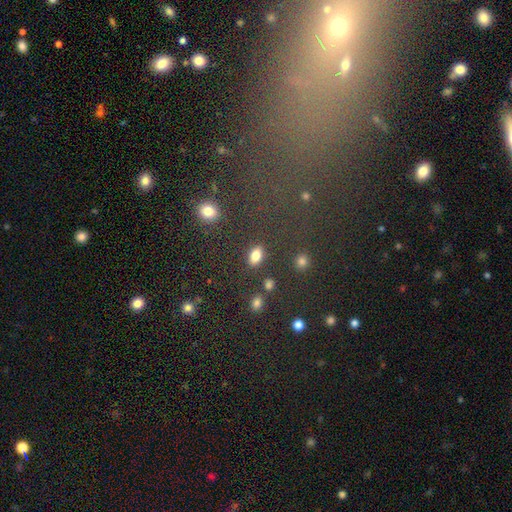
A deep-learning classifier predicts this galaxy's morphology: smooth_or_featured: smooth (p=0.82) [alt: star or artifact p=0.10]
how_rounded: in between (p=0.86) [alt: round p=0.11]
merging: none (p=0.83) [alt: minor disturbance p=0.09]